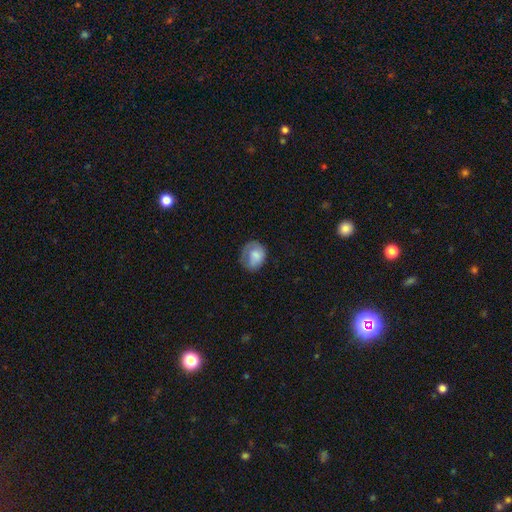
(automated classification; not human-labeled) A smooth galaxy with no disk features (71%) that is round (56%). Merging: none (47%).